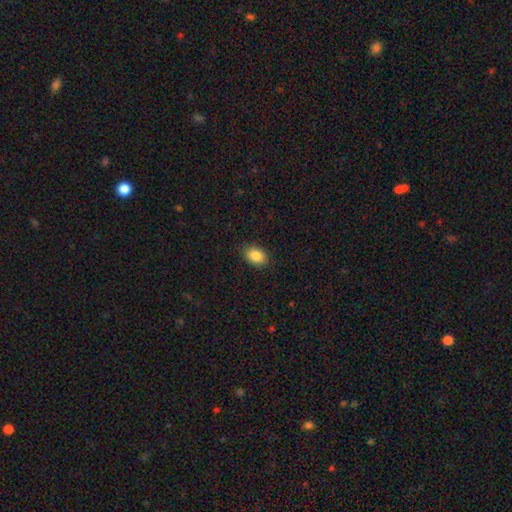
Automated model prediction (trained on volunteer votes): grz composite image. It shows a smooth galaxy with no disk features (86%) that is in between round and cigar-shaped (82%). Merging: none (88%).